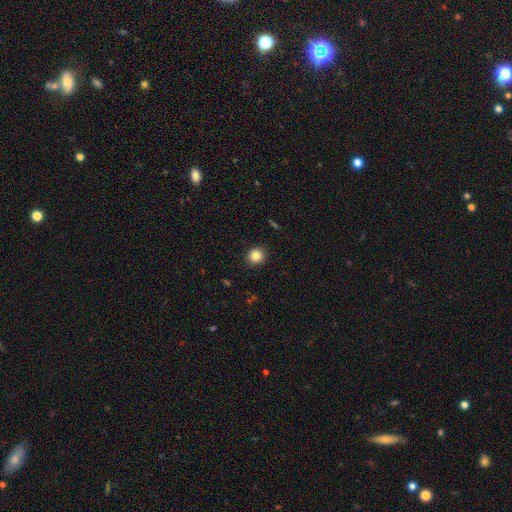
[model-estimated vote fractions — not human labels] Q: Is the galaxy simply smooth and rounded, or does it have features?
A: smooth — 85%.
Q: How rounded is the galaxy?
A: round — 91%.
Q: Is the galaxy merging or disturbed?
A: none — 92%.